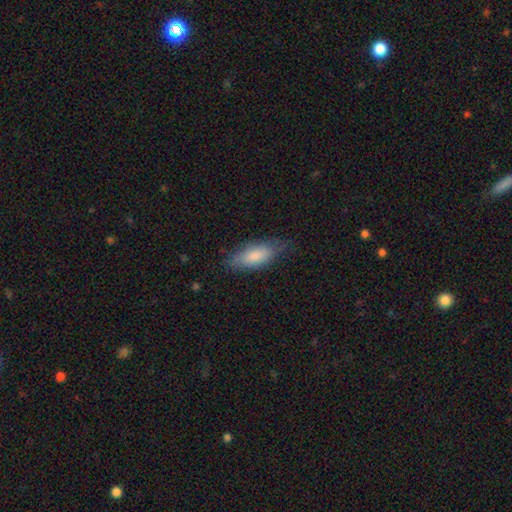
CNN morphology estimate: Smooth or featured?
  - smooth: 79% *
  - featured or disk: 15%
  - star or artifact: 6%
How rounded?
  - in between: 81% *
  - cigar-shaped: 17%
  - round: 2%
Merging?
  - none: 65% *
  - minor disturbance: 26%
  - major disturbance: 8%
  - merger: 1%